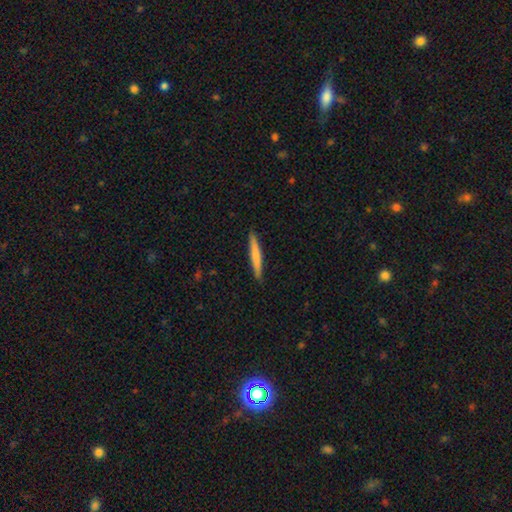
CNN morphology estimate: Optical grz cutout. It shows a smooth galaxy with no disk features (68%) that is cigar-shaped (95%). Merging: none (91%).